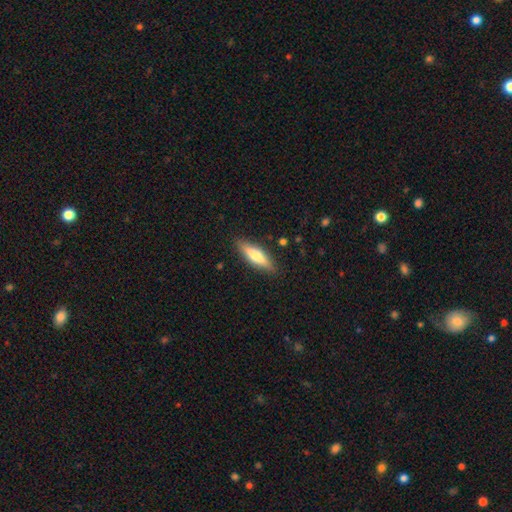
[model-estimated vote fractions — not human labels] Morphology: type=smooth (59%); roundness=cigar-shaped (65%); merging=none (87%).